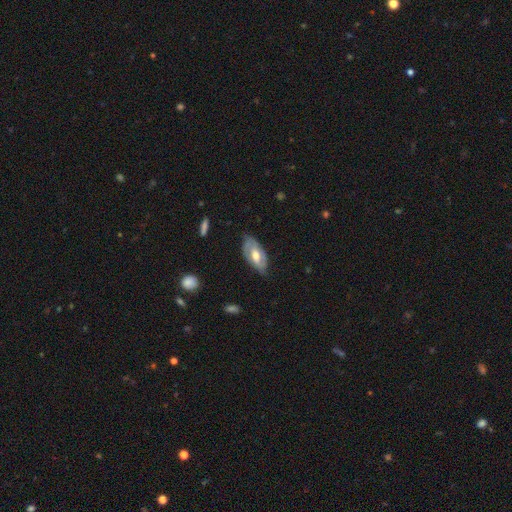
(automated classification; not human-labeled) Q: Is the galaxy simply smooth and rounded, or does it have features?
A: featured or disk — 58%.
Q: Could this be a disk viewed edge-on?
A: no — 86%.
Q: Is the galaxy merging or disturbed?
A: none — 66%.